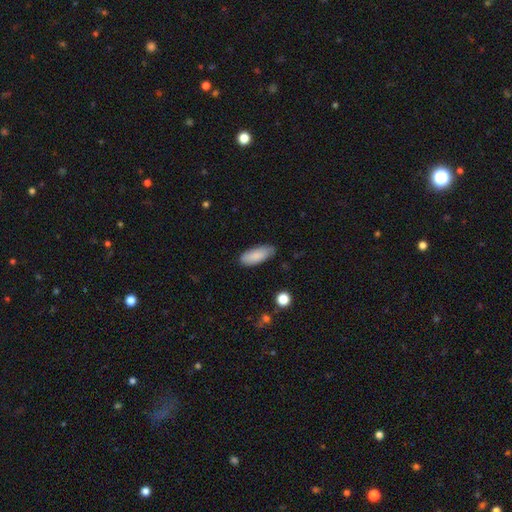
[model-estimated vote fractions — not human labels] Q: Smooth or featured?
A: smooth (86%); runner-up: featured or disk (8%)
Q: How rounded?
A: in between (78%); runner-up: cigar-shaped (20%)
Q: Merging?
A: none (80%); runner-up: minor disturbance (16%)